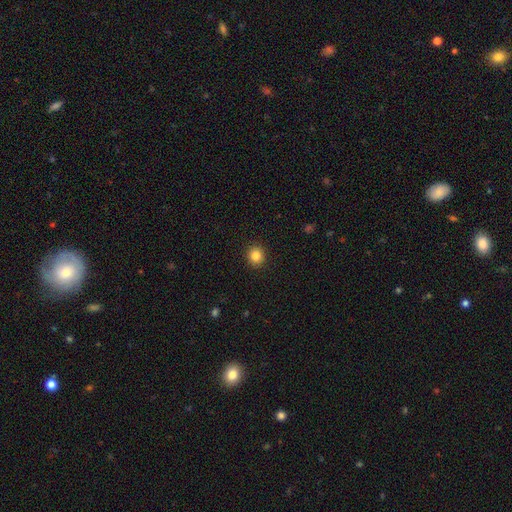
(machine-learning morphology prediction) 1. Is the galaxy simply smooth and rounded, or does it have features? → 84% smooth, 11% star or artifact, 5% featured or disk.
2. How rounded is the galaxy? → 89% round, 10% in between, 1% cigar-shaped.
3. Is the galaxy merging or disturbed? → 92% none, 5% minor disturbance, 2% major disturbance, 1% merger.